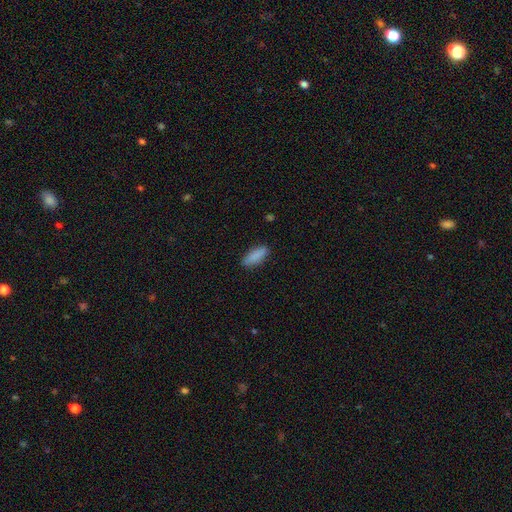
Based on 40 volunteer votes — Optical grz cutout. It shows a smooth galaxy with no disk features (90%) that is in between round and cigar-shaped (67%). Merging: none (82%).